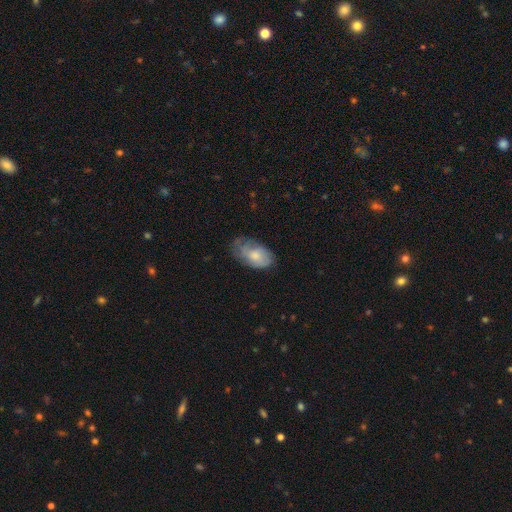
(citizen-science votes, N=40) A smooth galaxy with no disk features (55%) that is in between round and cigar-shaped (95%). Merging: none (44%).